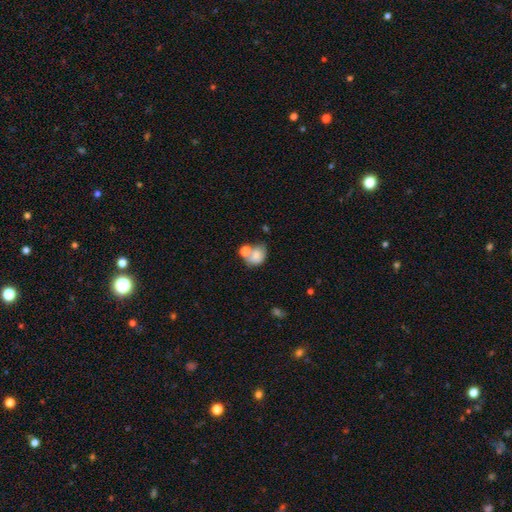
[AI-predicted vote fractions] This is likely a smooth galaxy (73%). How rounded: possibly in between (56%). Merging: marginally merger (43%).